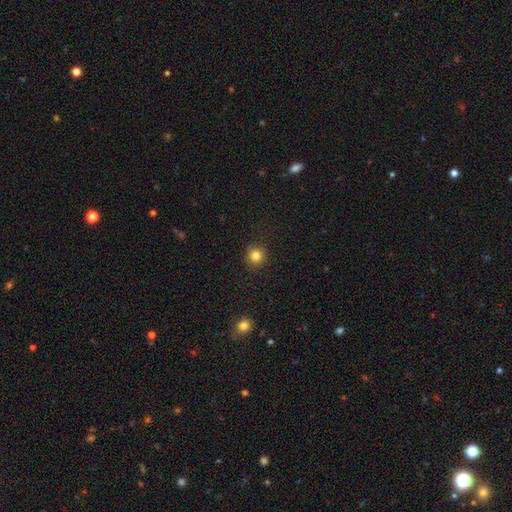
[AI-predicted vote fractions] Smooth or featured?
  - smooth: 83% *
  - star or artifact: 12%
  - featured or disk: 5%
How rounded?
  - round: 93% *
  - in between: 6%
  - cigar-shaped: 1%
Merging?
  - none: 91% *
  - minor disturbance: 6%
  - major disturbance: 2%
  - merger: 1%